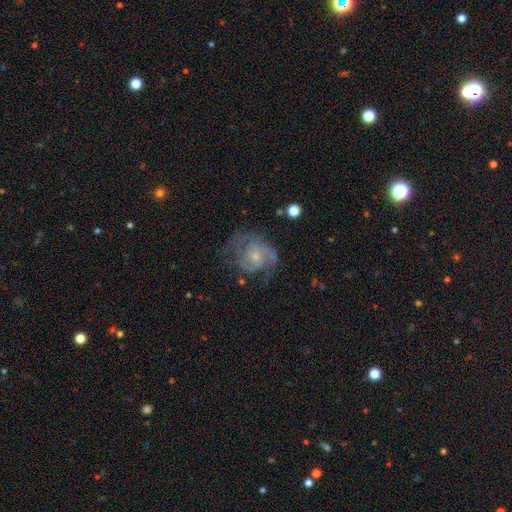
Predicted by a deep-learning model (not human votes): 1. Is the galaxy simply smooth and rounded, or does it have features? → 79% featured or disk, 14% smooth, 7% star or artifact.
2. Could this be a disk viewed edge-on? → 98% no, 2% yes.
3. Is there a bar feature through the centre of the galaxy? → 73% no, 24% weak, 3% strong.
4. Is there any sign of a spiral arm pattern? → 90% yes, 10% no.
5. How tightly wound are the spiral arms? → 43% medium, 40% tight, 17% loose.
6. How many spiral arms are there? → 45% 2, 25% can't tell, 15% 3, 8% 1, 4% 4, 4% more than 4.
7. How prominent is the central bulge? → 68% small, 26% moderate, 3% none, 1% large, 1% dominant.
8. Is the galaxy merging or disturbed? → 51% none, 24% major disturbance, 23% minor disturbance, 2% merger.